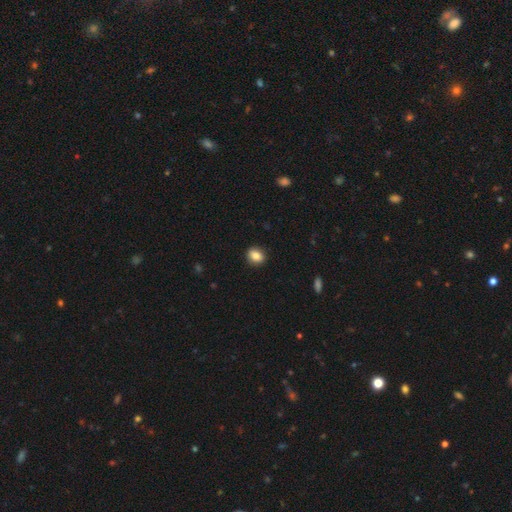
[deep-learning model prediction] smooth_or_featured: smooth (p=0.84) [alt: star or artifact p=0.09]
how_rounded: round (p=0.57) [alt: in between p=0.42]
merging: none (p=0.90) [alt: minor disturbance p=0.07]